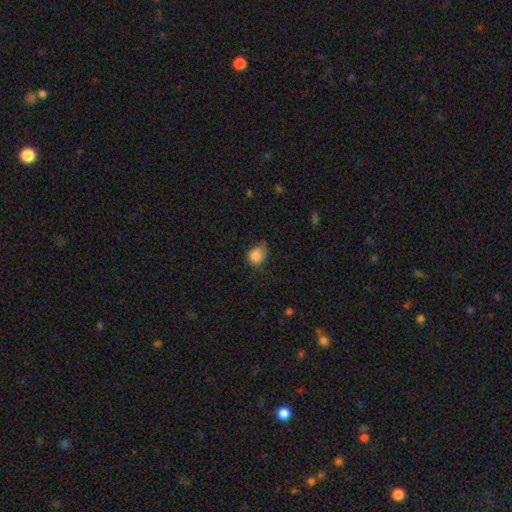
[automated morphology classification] This is clearly a smooth galaxy (85%). How rounded: likely round (64%). Merging: possibly none (48%).